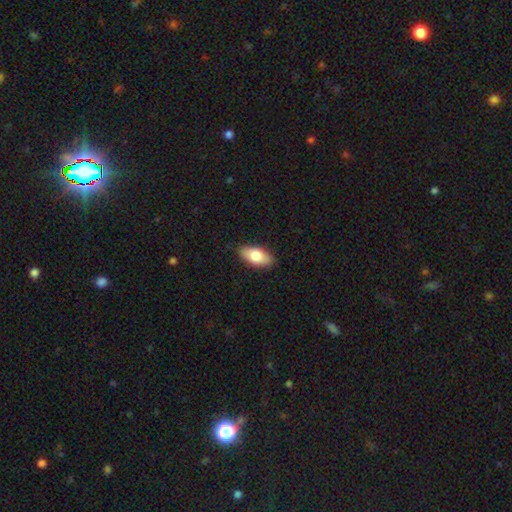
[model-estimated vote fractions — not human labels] Smooth or featured? Predicted: smooth (p=0.80). How rounded? Predicted: in between (p=0.90). Merging? Predicted: none (p=0.88).